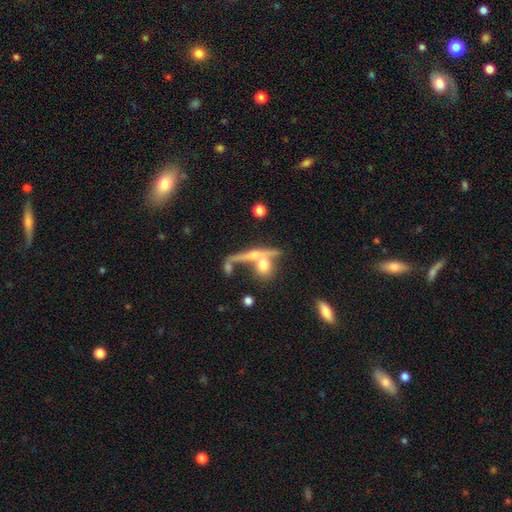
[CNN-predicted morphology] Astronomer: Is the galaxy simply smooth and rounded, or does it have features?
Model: featured or disk — 60%.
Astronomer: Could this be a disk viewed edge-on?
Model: yes — 85%.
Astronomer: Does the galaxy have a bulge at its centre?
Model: rounded — 79%.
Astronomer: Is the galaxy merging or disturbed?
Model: none — 52% (runner-up: merger, 30%).